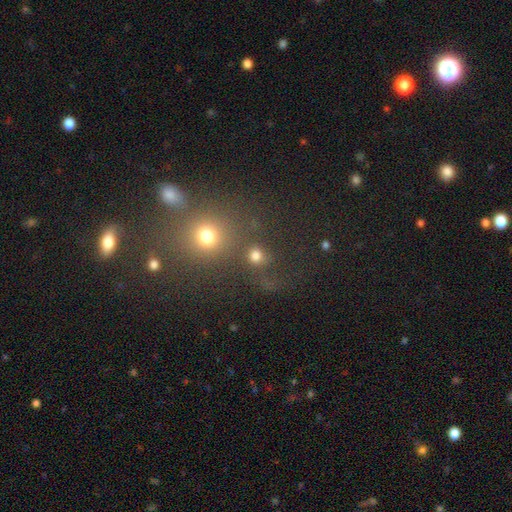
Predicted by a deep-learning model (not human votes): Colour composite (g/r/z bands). It shows a smooth galaxy with no disk features (73%) that is round (82%). Merging: none (60%).